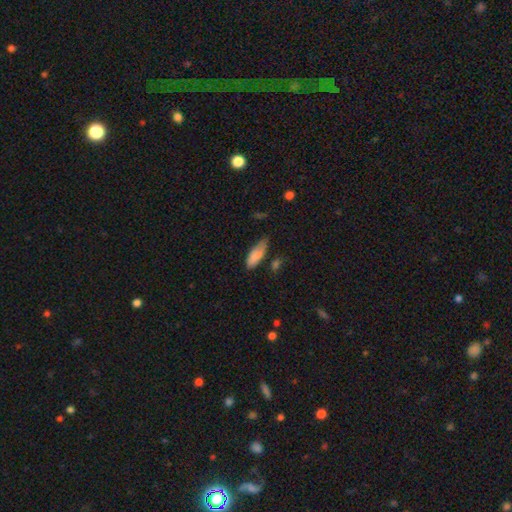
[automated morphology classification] The model was most divided on "merging": none: 44%, minor disturbance: 41%, major disturbance: 10%, merger: 5%. More confident: smooth or featured — smooth (85%); how rounded — in between (73%).